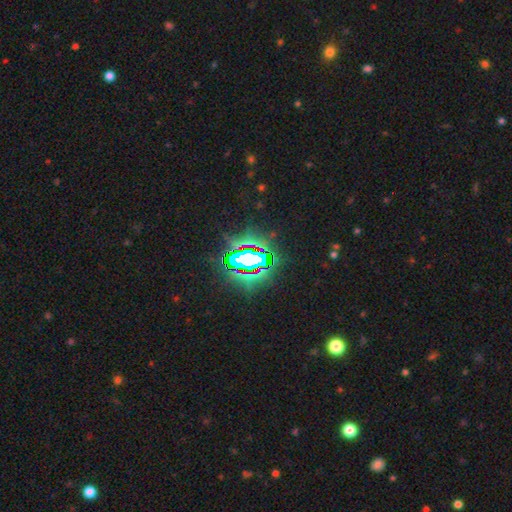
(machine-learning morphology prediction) Smooth or featured? Predicted: star or artifact (p=0.78).